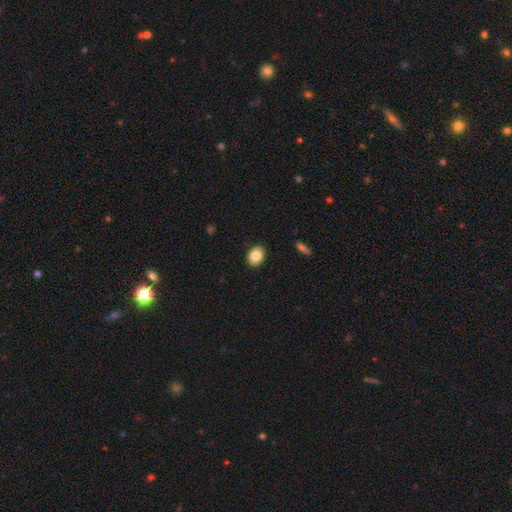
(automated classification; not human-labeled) smooth-or-featured: smooth: 83% | star or artifact: 8% | featured or disk: 8%
  how-rounded: in between: 64% | round: 35% | cigar-shaped: 1%
  merging: none: 90% | minor disturbance: 7% | major disturbance: 2% | merger: 1%